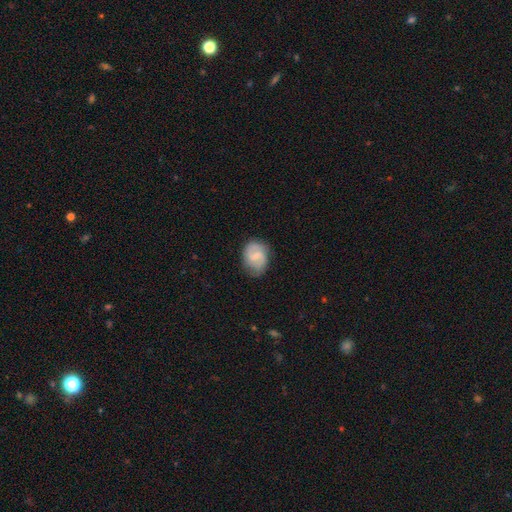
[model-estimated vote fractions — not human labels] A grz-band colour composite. It shows a featured or disk galaxy (65%) with a weak bar (57%), 2 (85%) medium (50%) spiral arms (92%) and a small central bulge (57%). Merging: none (76%).